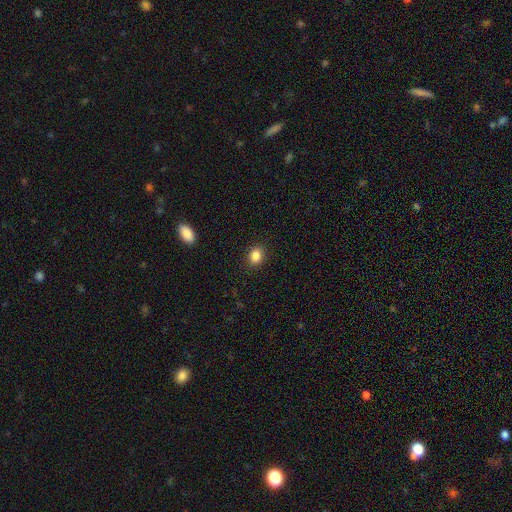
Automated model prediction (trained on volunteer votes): A smooth galaxy with no disk features (86%) that is in between round and cigar-shaped (56%). Merging: none (89%).